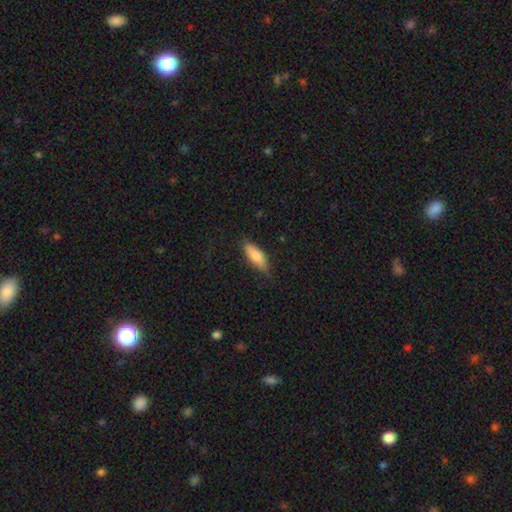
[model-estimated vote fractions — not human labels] smooth 82%, featured or disk 12%, star or artifact 6%. Down the decision tree: how rounded — in between (68%); merging — none (75%).